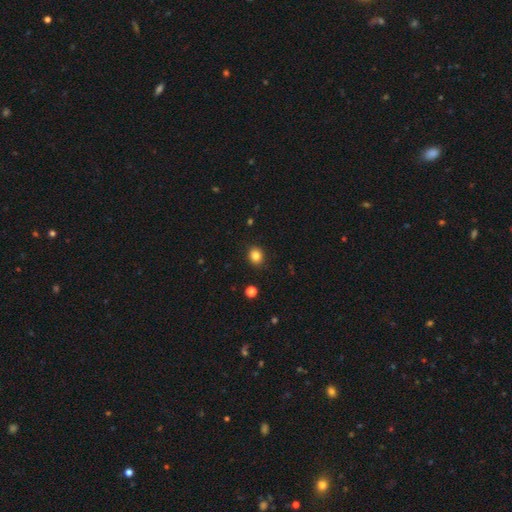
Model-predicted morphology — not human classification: A smooth galaxy with no disk features (84%) that is round (71%). Merging: none (90%).